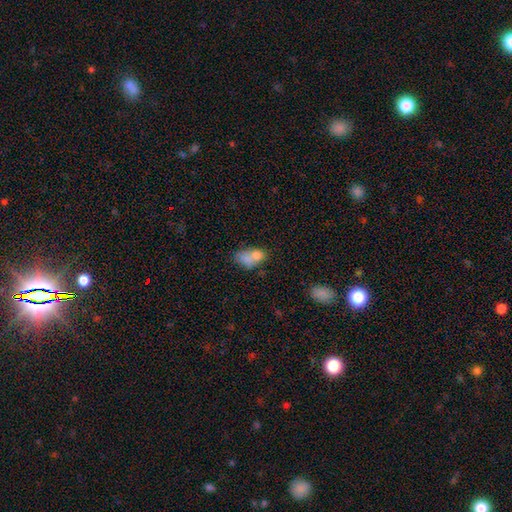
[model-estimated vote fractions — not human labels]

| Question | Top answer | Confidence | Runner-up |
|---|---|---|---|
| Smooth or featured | smooth | 71% | featured or disk (19%) |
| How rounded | in between | 78% | round (20%) |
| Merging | merger | 45% | none (28%) |